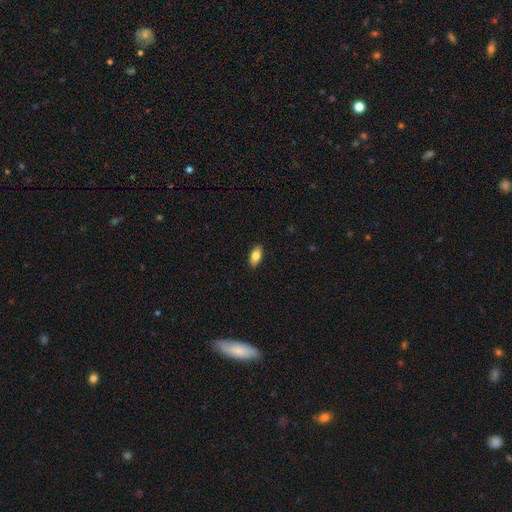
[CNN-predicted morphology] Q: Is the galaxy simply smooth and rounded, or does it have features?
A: smooth — 79%.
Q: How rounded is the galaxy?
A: in between — 89%.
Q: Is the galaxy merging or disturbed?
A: none — 89%.